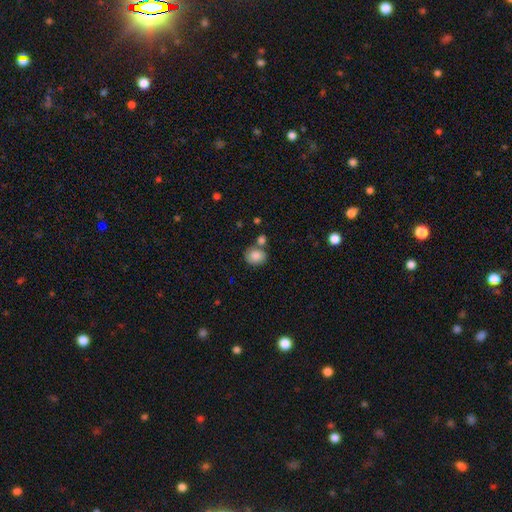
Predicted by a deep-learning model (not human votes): A smooth galaxy with no disk features (84%) that is round (61%).

Vote fractions:
- Smooth or featured? smooth: 84% / star or artifact: 8% / featured or disk: 8%
- How rounded? round: 61% / in between: 38% / cigar-shaped: 1%
- Merging? none: 58% / merger: 22% / minor disturbance: 15% / major disturbance: 5%